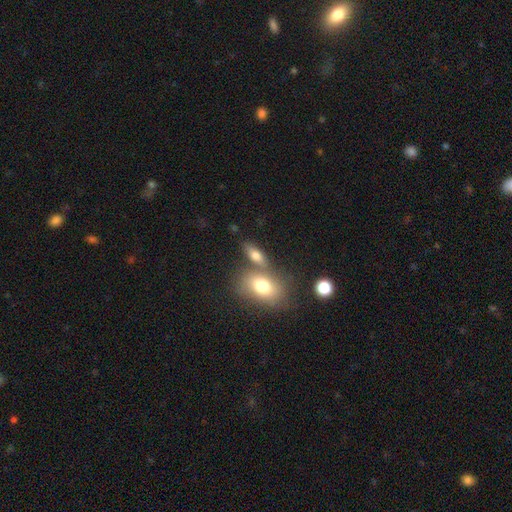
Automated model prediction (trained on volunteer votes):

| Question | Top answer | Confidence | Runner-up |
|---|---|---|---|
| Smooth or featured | smooth | 72% | featured or disk (18%) |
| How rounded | in between | 77% | cigar-shaped (13%) |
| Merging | none | 55% | merger (30%) |